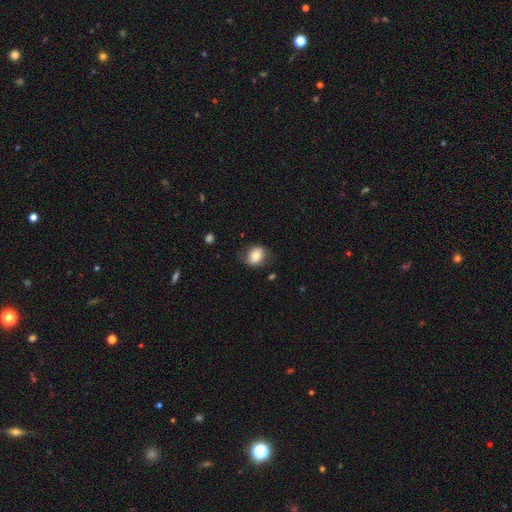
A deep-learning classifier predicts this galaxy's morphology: Overall: smooth (67%). How rounded: in between (51%; round 48%). Merging: none (67%).